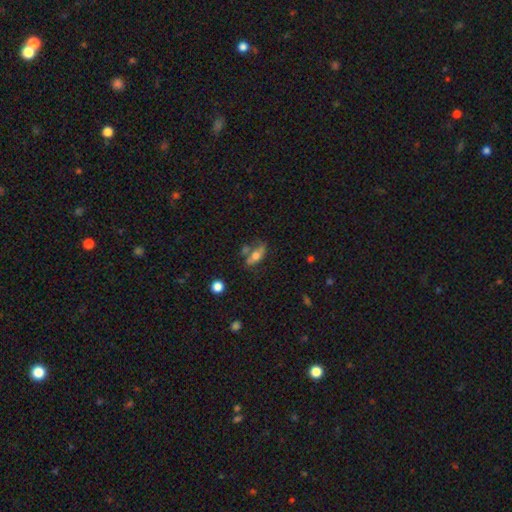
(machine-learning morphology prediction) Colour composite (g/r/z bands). It shows a smooth galaxy with no disk features (59%) that is in between round and cigar-shaped (74%). Merging: none (46%).